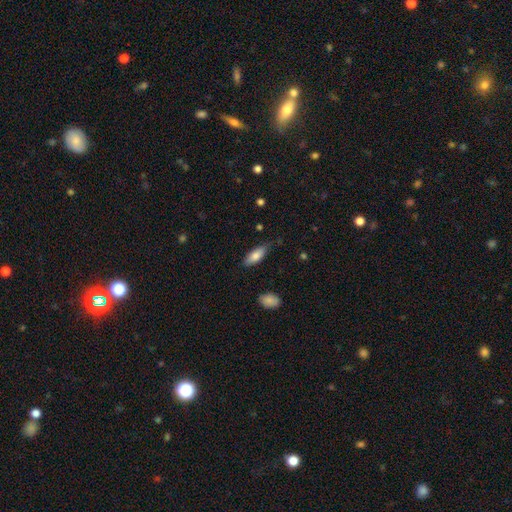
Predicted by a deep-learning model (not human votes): Smooth or featured? Predicted: smooth (p=0.80). How rounded? Predicted: in between (p=0.74). Merging? Predicted: none (p=0.73).